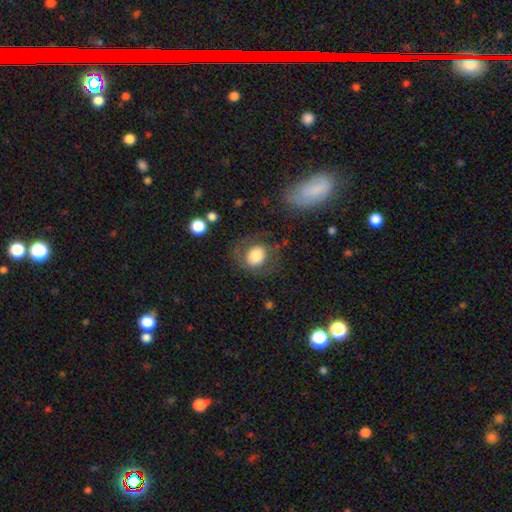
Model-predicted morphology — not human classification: Smooth or featured: smooth — 71% (featured or disk — 21%)
How rounded: round — 71% (in between — 28%)
Merging: none — 65% (minor disturbance — 18%)